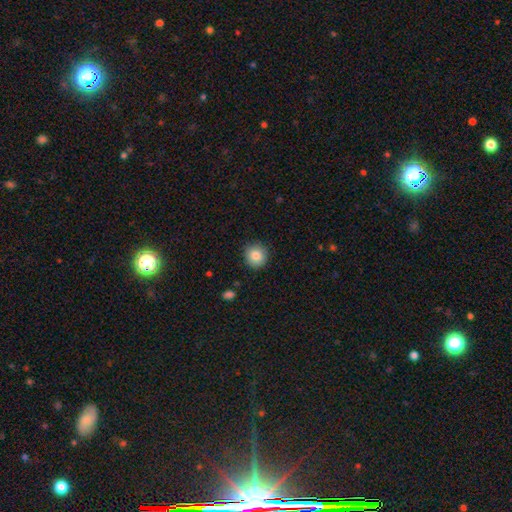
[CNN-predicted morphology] Q: Smooth or featured?
A: smooth (85%); runner-up: star or artifact (9%)
Q: How rounded?
A: round (91%); runner-up: in between (8%)
Q: Merging?
A: none (89%); runner-up: minor disturbance (8%)